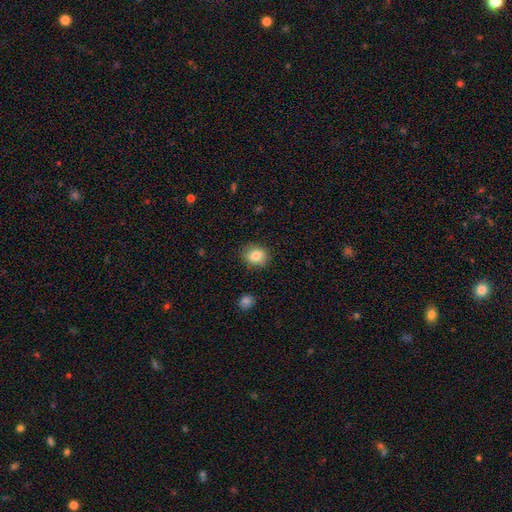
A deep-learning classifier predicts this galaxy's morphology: Q: Smooth or featured?
A: smooth (82%); runner-up: star or artifact (9%)
Q: How rounded?
A: round (62%); runner-up: in between (37%)
Q: Merging?
A: none (86%); runner-up: minor disturbance (10%)